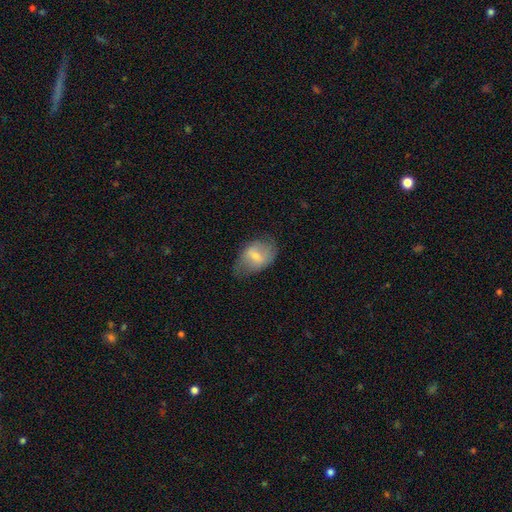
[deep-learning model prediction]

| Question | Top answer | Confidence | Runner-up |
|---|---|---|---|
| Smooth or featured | smooth | 50% | featured or disk (42%) |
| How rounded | in between | 78% | round (20%) |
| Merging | none | 60% | minor disturbance (28%) |